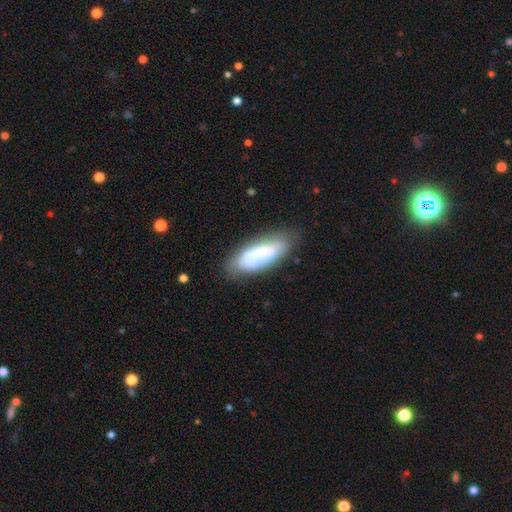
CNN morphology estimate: This is possibly a smooth galaxy (59%). How rounded: likely in between (70%). Merging: likely none (67%).